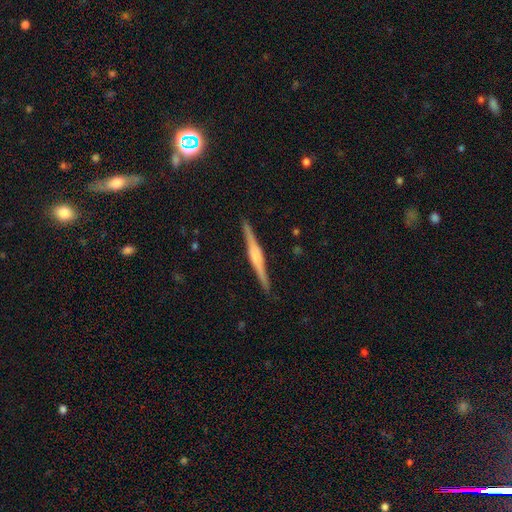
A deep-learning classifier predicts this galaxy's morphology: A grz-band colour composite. It shows a featured or disk galaxy (77%) viewed edge-on (98%) with a rounded central bulge (55%). Merging: none (91%).